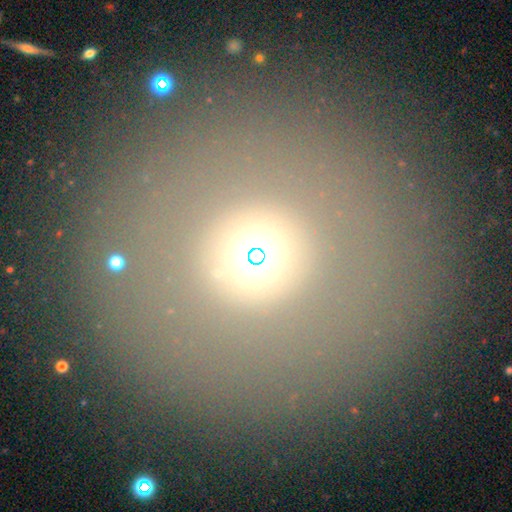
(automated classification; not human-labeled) The model was most divided on "smooth or featured": smooth: 53%, star or artifact: 33%, featured or disk: 13%. More confident: how rounded — round (82%); merging — none (81%).